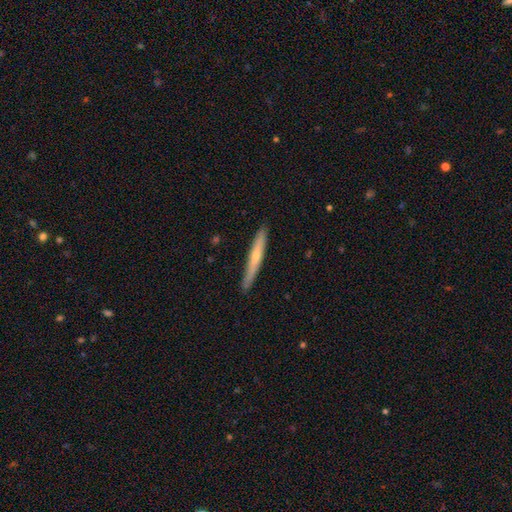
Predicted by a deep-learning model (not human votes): The model was most divided on "smooth or featured": featured or disk: 51%, smooth: 43%, star or artifact: 6%. More confident: edge-on disk — yes (93%); merging — none (88%).